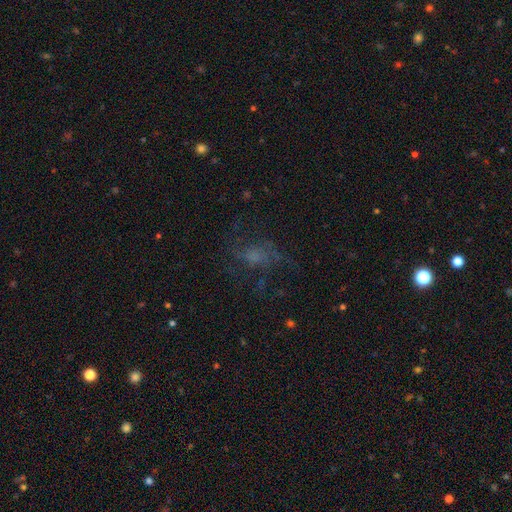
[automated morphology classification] Smooth or featured: featured or disk — 43% (smooth — 31%)
Merging: none — 53% (major disturbance — 28%)